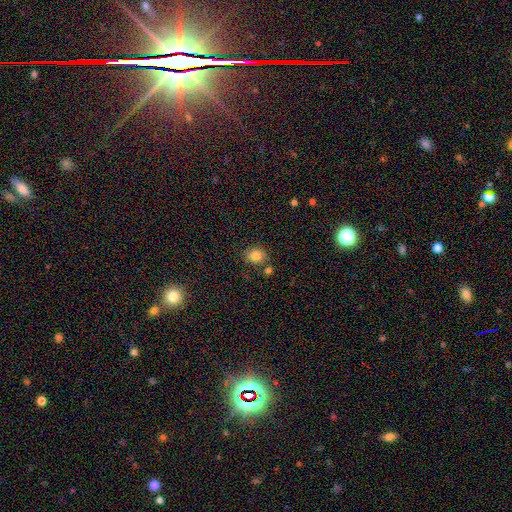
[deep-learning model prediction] A smooth galaxy with no disk features (83%) that is round (64%). Merging: none (74%).